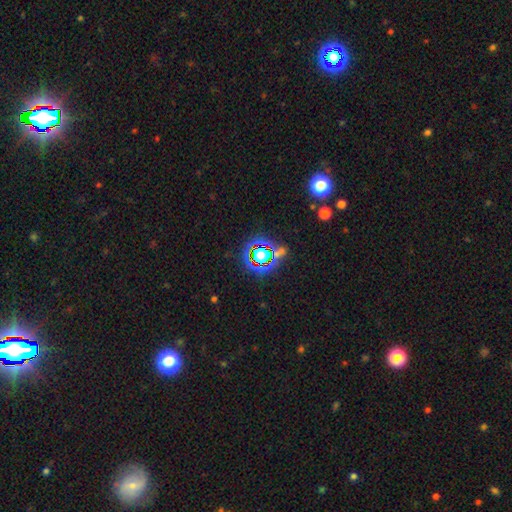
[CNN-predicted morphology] smooth-or-featured: star or artifact: 77% | smooth: 13% | featured or disk: 9%